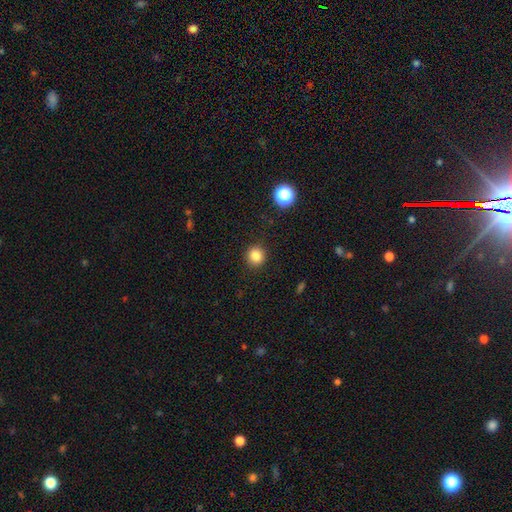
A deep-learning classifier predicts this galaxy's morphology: smooth_or_featured: smooth (p=0.84) [alt: star or artifact p=0.12]
how_rounded: round (p=0.90) [alt: in between p=0.09]
merging: none (p=0.91) [alt: minor disturbance p=0.06]